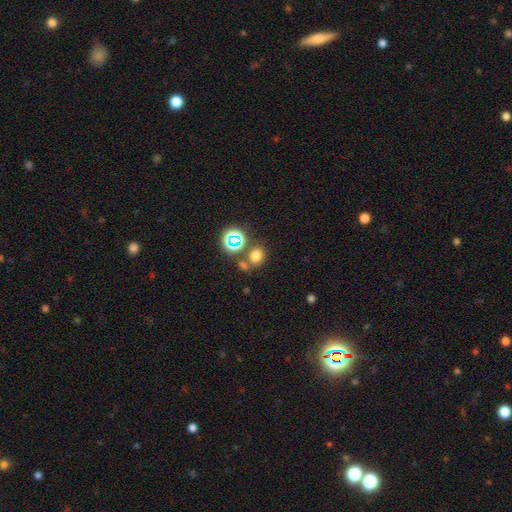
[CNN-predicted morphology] Q: Smooth or featured?
A: smooth (70%); runner-up: star or artifact (22%)
Q: How rounded?
A: round (58%); runner-up: in between (41%)
Q: Merging?
A: none (65%); runner-up: merger (20%)